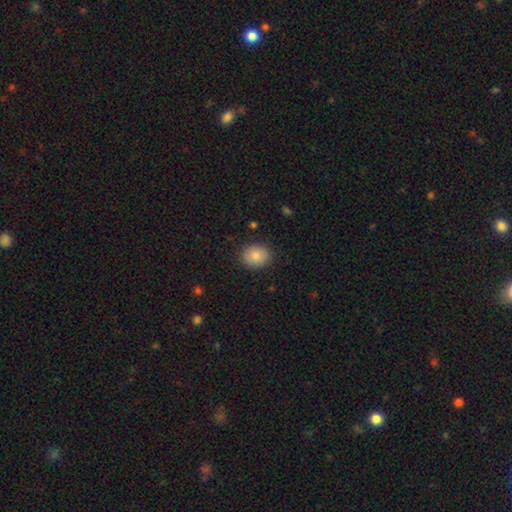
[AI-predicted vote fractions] Smooth or featured? smooth (84%)
How rounded? round (67%)
Merging? none (88%)